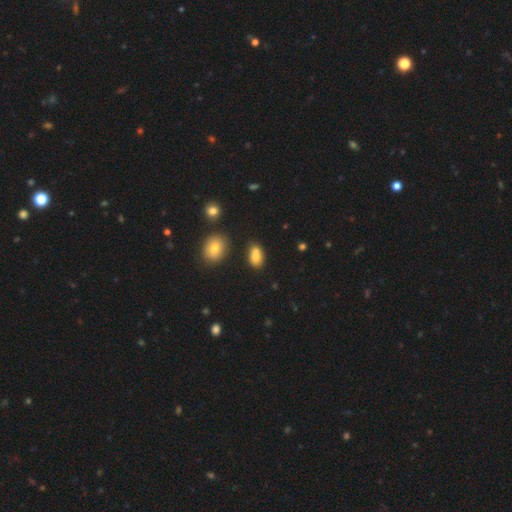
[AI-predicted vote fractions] Smooth or featured?
  - smooth: 79% *
  - star or artifact: 12%
  - featured or disk: 9%
How rounded?
  - in between: 80% *
  - round: 17%
  - cigar-shaped: 2%
Merging?
  - none: 51% *
  - merger: 29%
  - minor disturbance: 15%
  - major disturbance: 5%